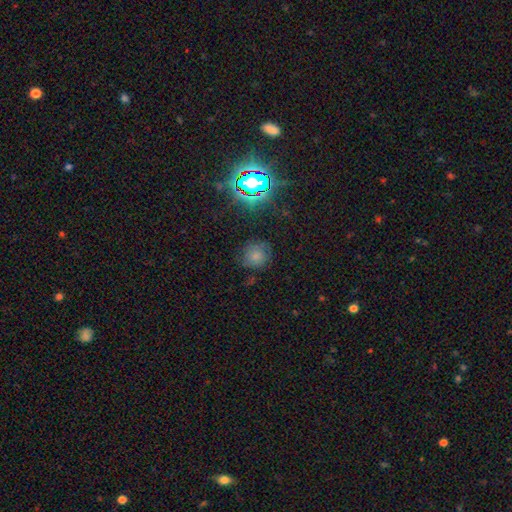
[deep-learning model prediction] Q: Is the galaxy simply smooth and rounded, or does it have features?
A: smooth — 66%.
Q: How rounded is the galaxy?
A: round — 86%.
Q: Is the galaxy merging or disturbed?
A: none — 73%.